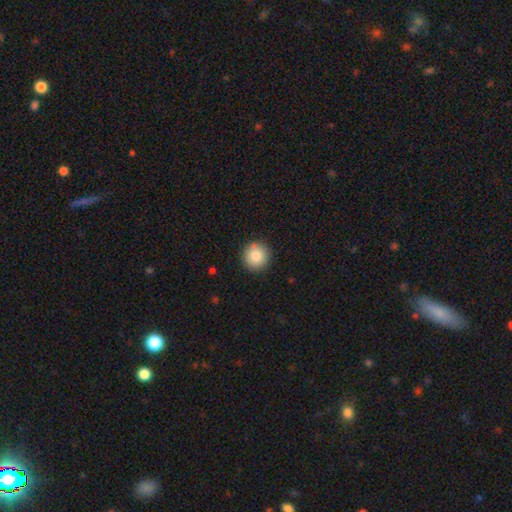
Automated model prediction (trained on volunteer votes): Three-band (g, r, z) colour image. It shows a smooth galaxy with no disk features (83%) that is round (94%). Merging: none (90%).